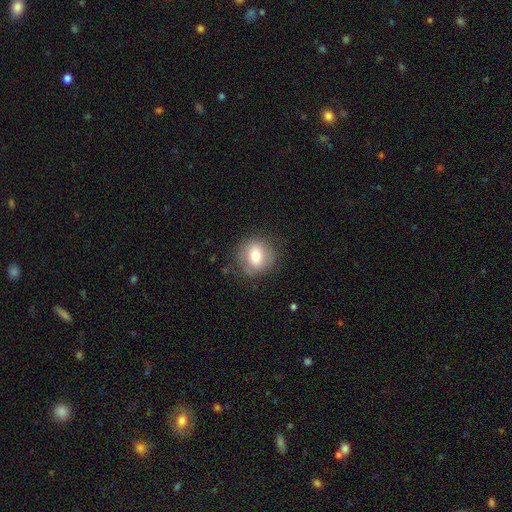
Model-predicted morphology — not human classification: Smooth or featured? smooth (71%)
How rounded? round (78%)
Merging? none (80%)